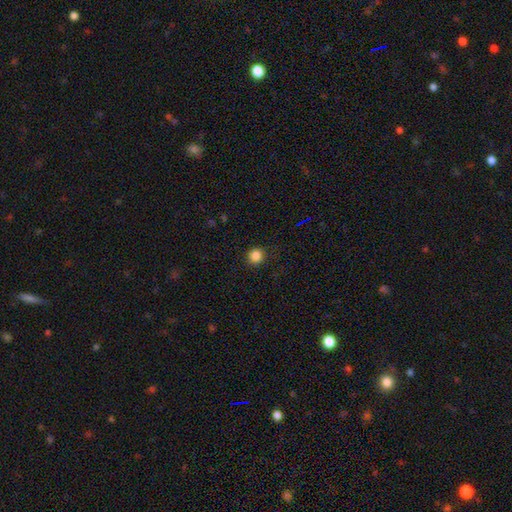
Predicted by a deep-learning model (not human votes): The model was most divided on "smooth or featured": smooth: 85%, star or artifact: 12%, featured or disk: 4%. More confident: how rounded — round (93%); merging — none (90%).